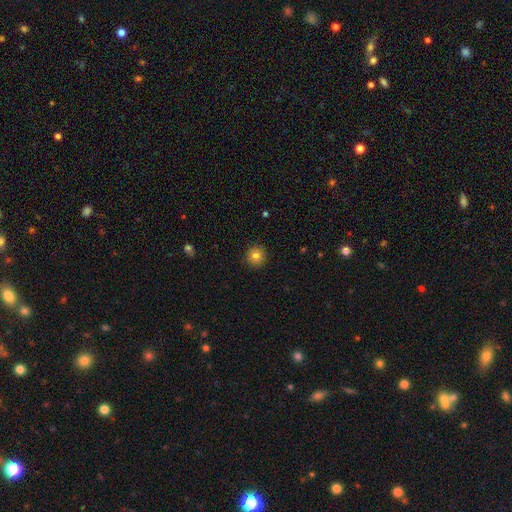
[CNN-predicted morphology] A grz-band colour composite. It shows a smooth galaxy with no disk features (82%) that is round (93%). Merging: none (91%).